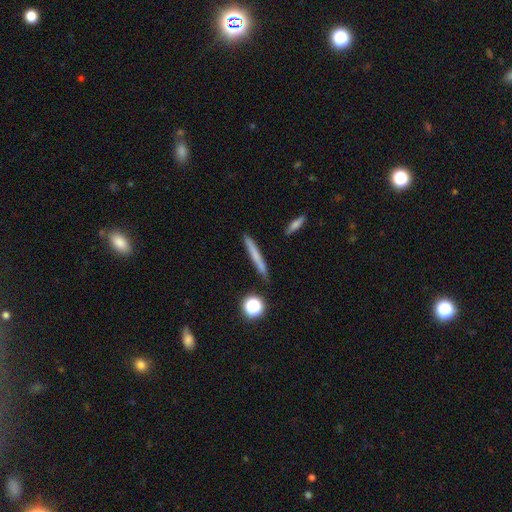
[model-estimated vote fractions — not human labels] Smooth or featured?
  - smooth: 61% *
  - featured or disk: 30%
  - star or artifact: 9%
How rounded?
  - cigar-shaped: 93% *
  - in between: 4%
  - round: 3%
Merging?
  - none: 87% *
  - minor disturbance: 9%
  - merger: 2%
  - major disturbance: 2%